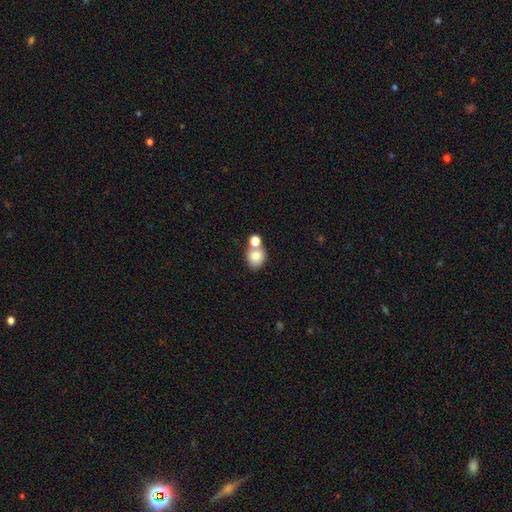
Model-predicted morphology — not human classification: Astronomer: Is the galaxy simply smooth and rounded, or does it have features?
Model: smooth — 81%.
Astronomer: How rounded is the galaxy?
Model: round — 69%.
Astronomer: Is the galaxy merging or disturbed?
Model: none — 47% (runner-up: merger, 40%).